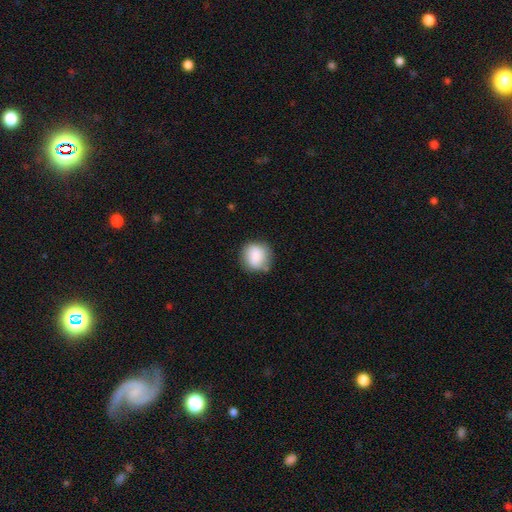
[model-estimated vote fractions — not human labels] smooth 85%, featured or disk 8%, star or artifact 7%. Down the decision tree: how rounded — round (85%); merging — none (72%).